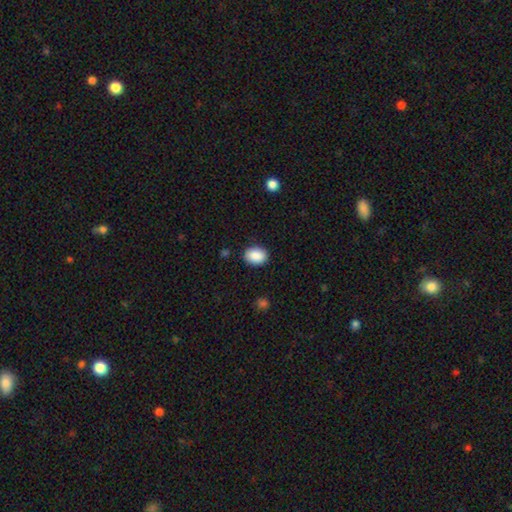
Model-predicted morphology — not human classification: type=smooth (89%); roundness=in between (69%); merging=none (86%).